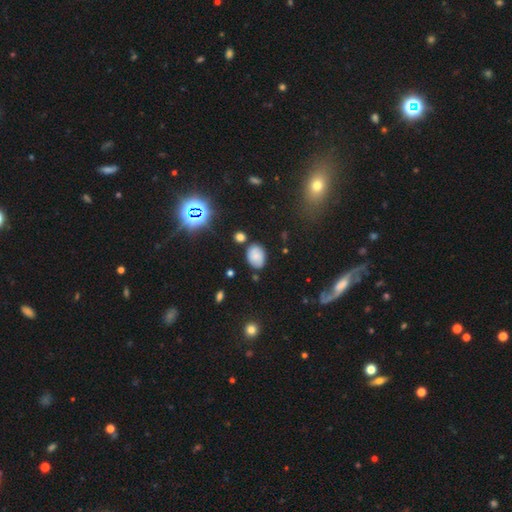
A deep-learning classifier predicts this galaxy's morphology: A smooth galaxy with no disk features (68%) that is in between round and cigar-shaped (76%). Merging: none (74%).